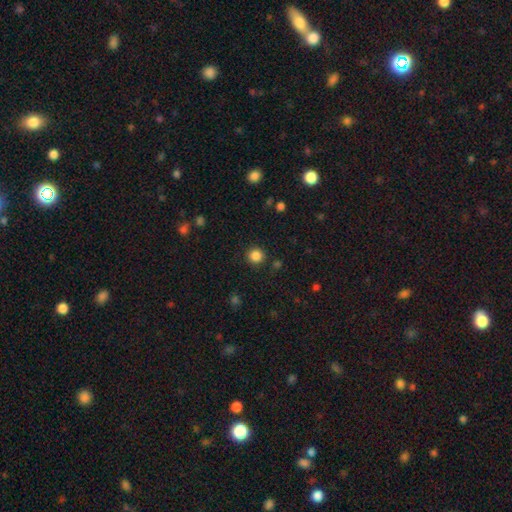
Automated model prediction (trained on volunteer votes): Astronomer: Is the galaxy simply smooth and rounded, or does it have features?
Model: smooth — 85%.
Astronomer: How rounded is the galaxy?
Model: round — 94%.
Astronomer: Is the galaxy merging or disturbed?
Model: none — 90%.